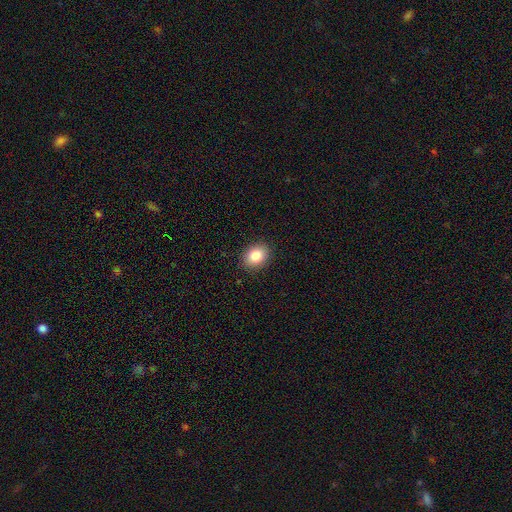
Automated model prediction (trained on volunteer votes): Smooth or featured? Predicted: smooth (p=0.85). How rounded? Predicted: in between (p=0.53). Merging? Predicted: none (p=0.90).